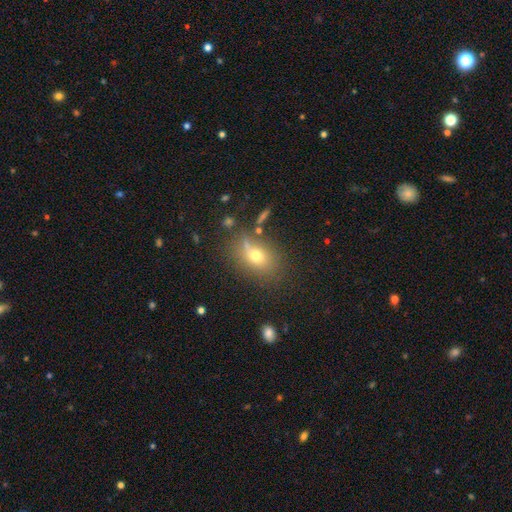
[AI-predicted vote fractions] This appears to be a smooth galaxy with no disk features (62%) that is in between round and cigar-shaped (67%). Merging: none (68%).